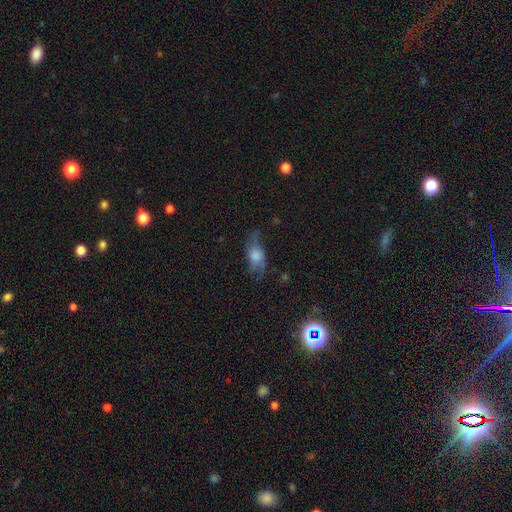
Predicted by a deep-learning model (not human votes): Smooth or featured? Predicted: smooth (p=0.51). How rounded? Predicted: in between (p=0.80). Merging? Predicted: none (p=0.47).